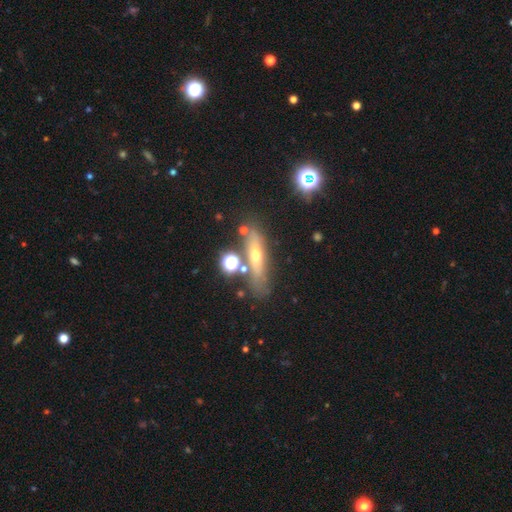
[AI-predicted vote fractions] Smooth or featured? Predicted: featured or disk (p=0.46). Merging? Predicted: none (p=0.72).